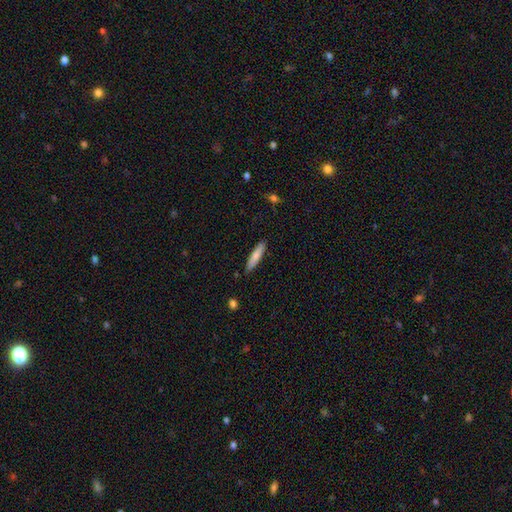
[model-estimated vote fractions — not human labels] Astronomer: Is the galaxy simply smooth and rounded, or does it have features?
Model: smooth — 77%.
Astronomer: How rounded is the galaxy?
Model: cigar-shaped — 82%.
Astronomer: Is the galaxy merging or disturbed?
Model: none — 87%.